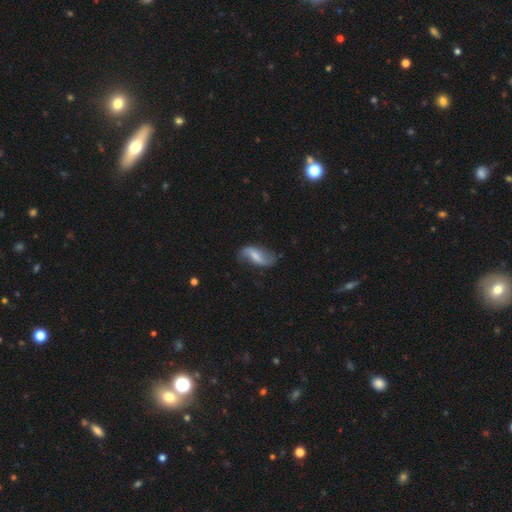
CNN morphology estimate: The model was most divided on "bulge size": small: 36%, none: 29%, moderate: 27%, large: 6%, dominant: 2%. Remaining: edge-on disk — no (94%); spiral arm count — 2 (88%); spiral arms — yes (88%); spiral winding — loose (81%); merging — none (63%); smooth or featured — featured or disk (63%); bar — weak (44%).